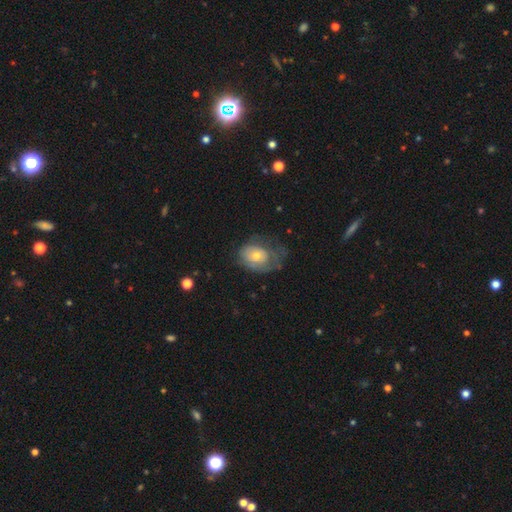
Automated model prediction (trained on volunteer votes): Smooth or featured: smooth — 52% (featured or disk — 40%)
How rounded: in between — 66% (round — 33%)
Merging: none — 35% (major disturbance — 34%)